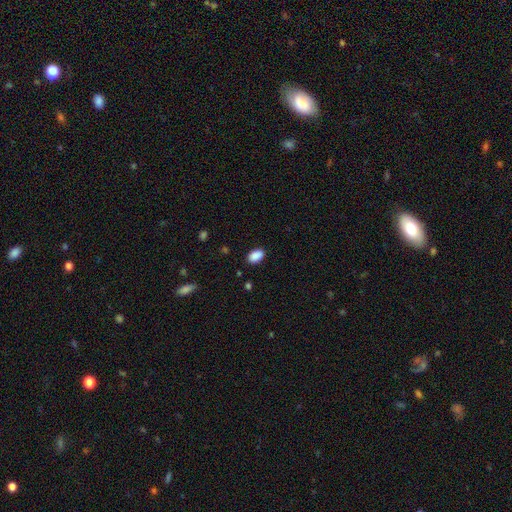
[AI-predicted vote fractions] This is clearly a smooth galaxy (89%). How rounded: clearly in between (91%). Merging: clearly none (86%).